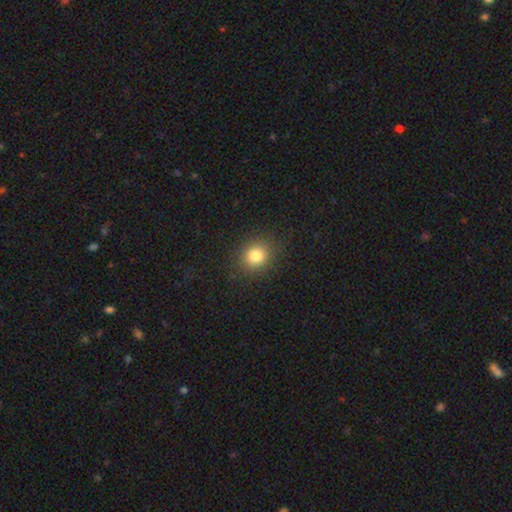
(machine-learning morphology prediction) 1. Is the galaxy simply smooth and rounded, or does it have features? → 82% smooth, 12% star or artifact, 6% featured or disk.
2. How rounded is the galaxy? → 77% round, 22% in between, 1% cigar-shaped.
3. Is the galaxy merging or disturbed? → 88% none, 7% minor disturbance, 3% major disturbance, 1% merger.